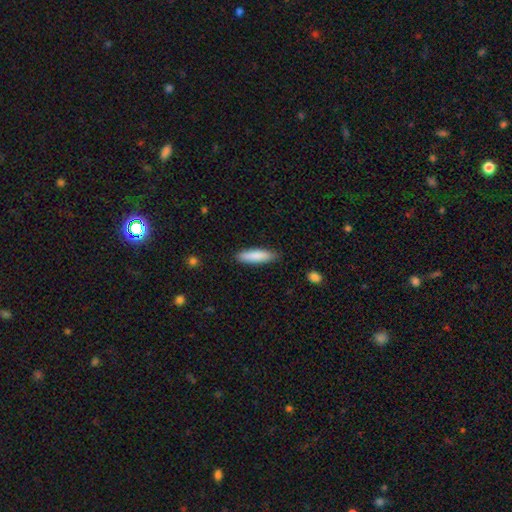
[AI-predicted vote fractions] Q: Smooth or featured?
A: smooth (86%); runner-up: featured or disk (9%)
Q: How rounded?
A: cigar-shaped (65%); runner-up: in between (33%)
Q: Merging?
A: none (87%); runner-up: minor disturbance (10%)